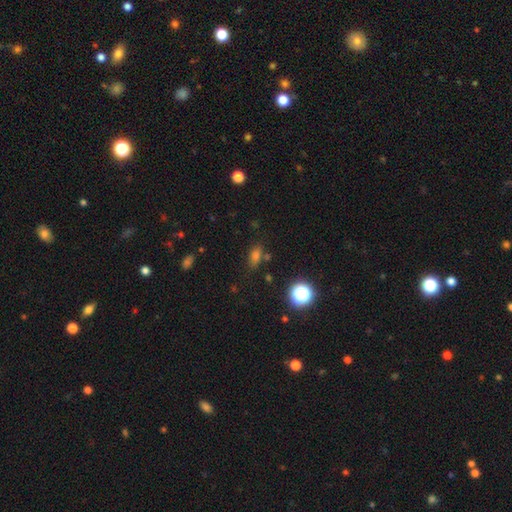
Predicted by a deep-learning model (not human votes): smooth_or_featured: smooth (p=0.67) [alt: star or artifact p=0.24]
how_rounded: in between (p=0.73) [alt: round p=0.19]
merging: none (p=0.74) [alt: minor disturbance p=0.14]